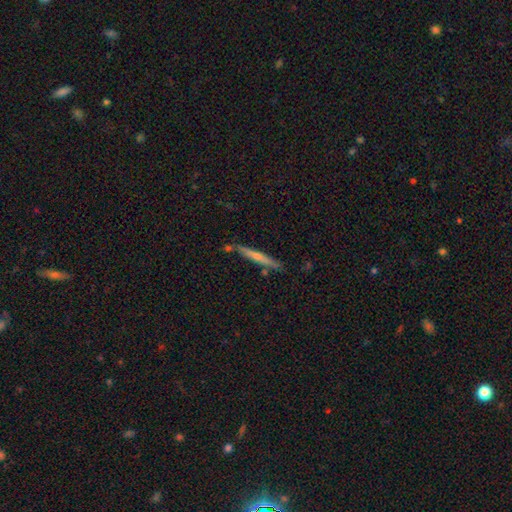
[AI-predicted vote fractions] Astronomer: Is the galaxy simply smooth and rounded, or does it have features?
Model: featured or disk — 48% (runner-up: smooth, 45%).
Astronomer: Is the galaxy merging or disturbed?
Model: none — 81%.